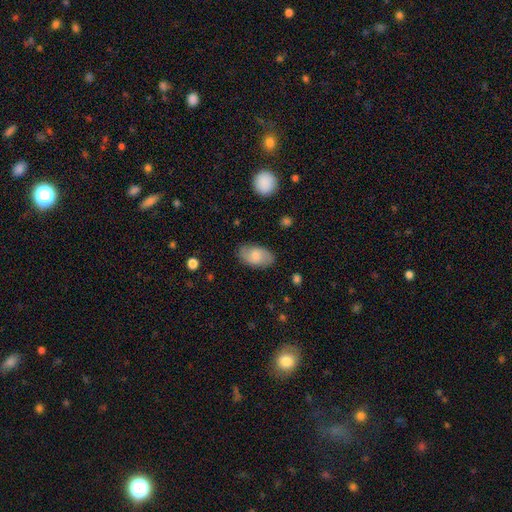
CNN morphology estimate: Smooth or featured: smooth — 65% (featured or disk — 29%)
How rounded: in between — 94% (round — 4%)
Merging: none — 80% (minor disturbance — 15%)